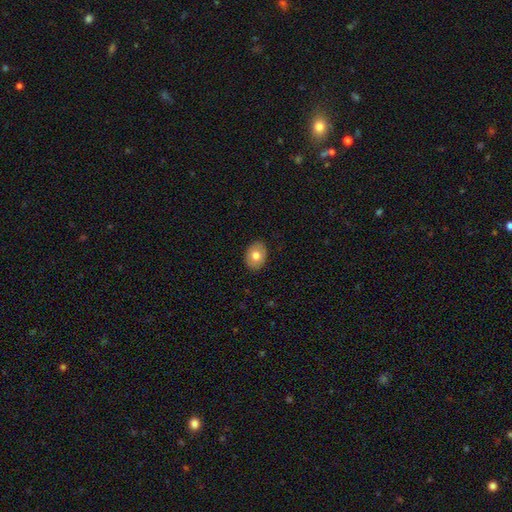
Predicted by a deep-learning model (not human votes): Smooth or featured?
  - smooth: 76% *
  - featured or disk: 16%
  - star or artifact: 7%
How rounded?
  - in between: 70% *
  - round: 29%
  - cigar-shaped: 1%
Merging?
  - none: 88% *
  - minor disturbance: 9%
  - major disturbance: 2%
  - merger: 1%